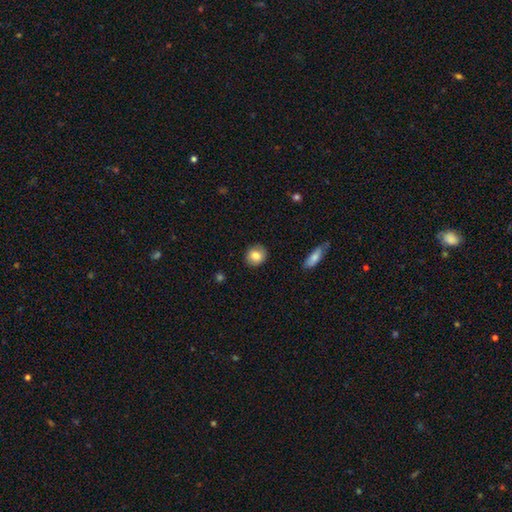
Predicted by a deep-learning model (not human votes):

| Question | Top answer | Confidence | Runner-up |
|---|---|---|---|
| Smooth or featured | smooth | 83% | featured or disk (9%) |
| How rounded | round | 78% | in between (21%) |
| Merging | none | 88% | minor disturbance (9%) |